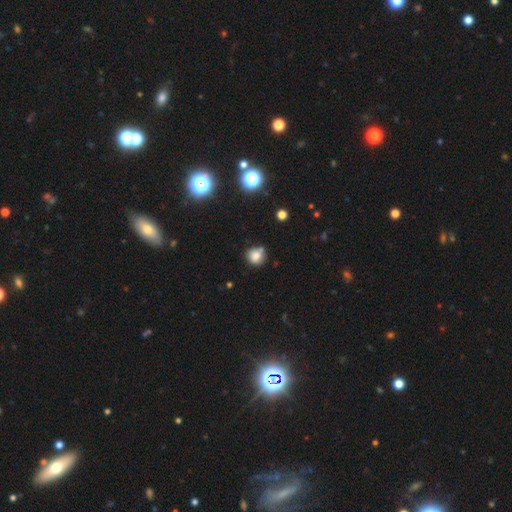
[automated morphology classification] This appears to be a smooth galaxy with no disk features (79%) that is round (81%). Merging: none (63%).